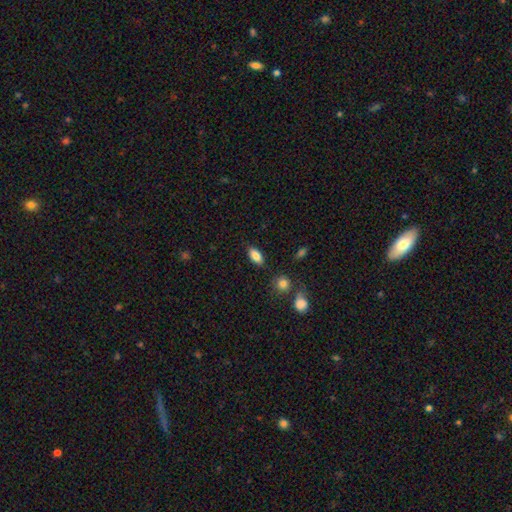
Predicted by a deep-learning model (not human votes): A smooth galaxy with no disk features (84%) that is in between round and cigar-shaped (88%). Merging: none (86%).